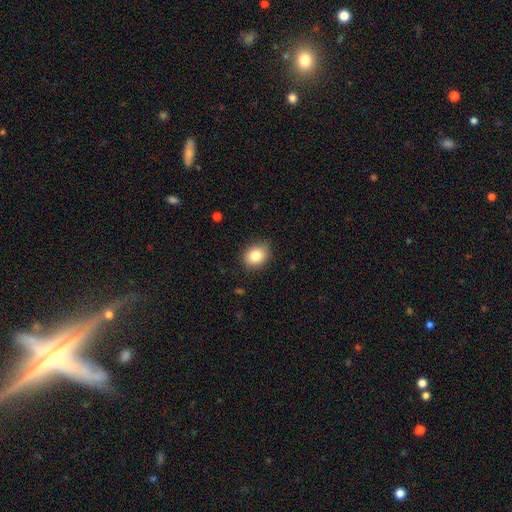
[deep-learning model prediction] A smooth galaxy with no disk features (83%) that is in between round and cigar-shaped (53%).

Vote fractions:
- Smooth or featured? smooth: 83% / star or artifact: 9% / featured or disk: 8%
- How rounded? in between: 53% / round: 46% / cigar-shaped: 1%
- Merging? none: 84% / minor disturbance: 12% / major disturbance: 2% / merger: 1%